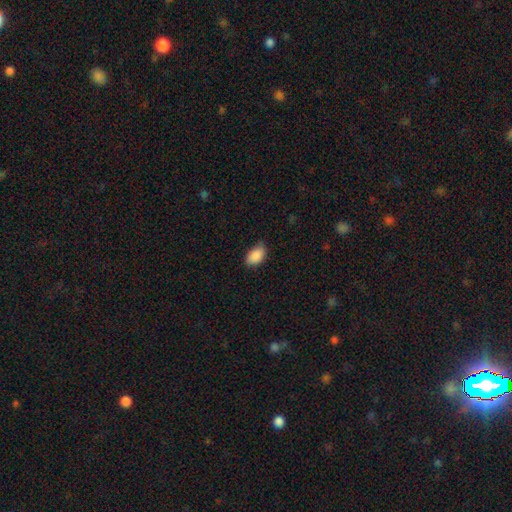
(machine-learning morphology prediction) Overall: smooth (89%). How rounded: in between (92%). Merging: none (74%).